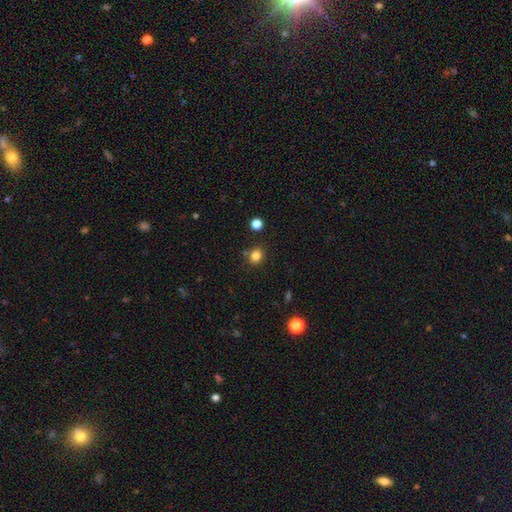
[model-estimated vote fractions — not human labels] smooth 82%, star or artifact 13%, featured or disk 5%. Down the decision tree: how rounded — round (78%); merging — none (81%).